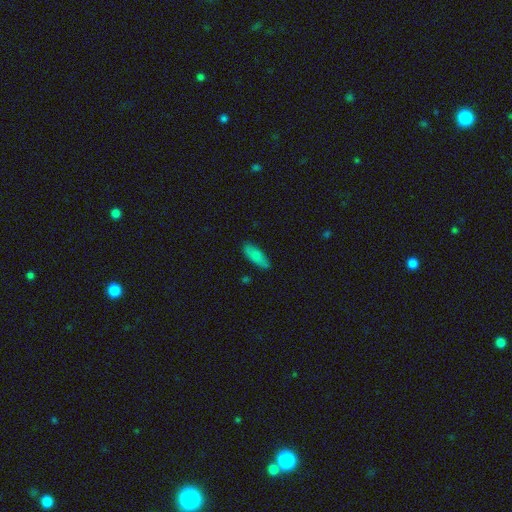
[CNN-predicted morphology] A smooth galaxy with no disk features (84%) that is in between round and cigar-shaped (66%). Merging: none (82%).